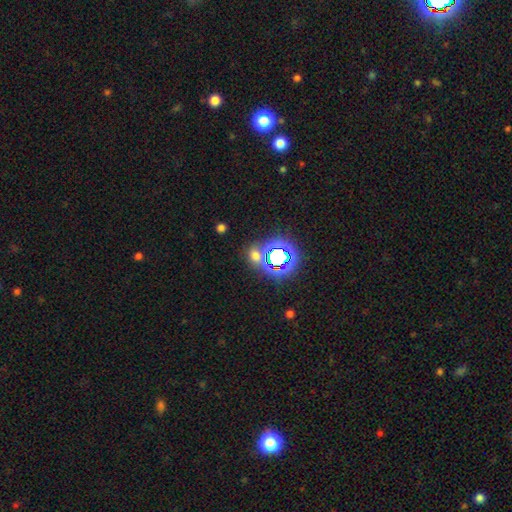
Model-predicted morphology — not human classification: Smooth or featured? smooth (47%)
Merging? none (70%)